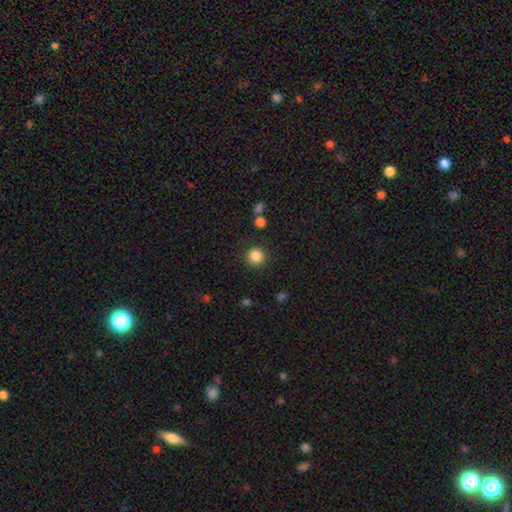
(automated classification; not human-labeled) This is clearly a smooth galaxy (86%). How rounded: clearly round (94%). Merging: clearly none (89%).